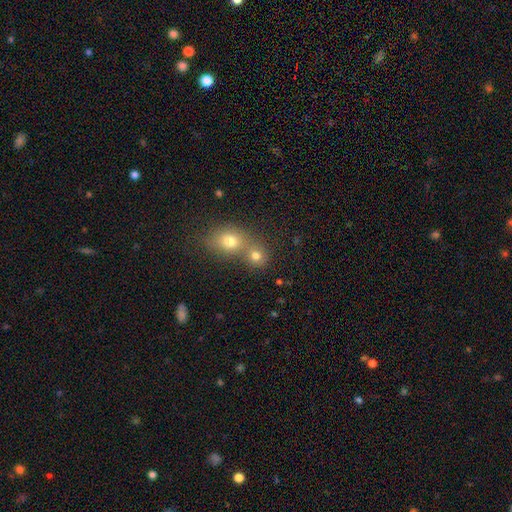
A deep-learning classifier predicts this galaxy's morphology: smooth 75%, star or artifact 15%, featured or disk 10%. Down the decision tree: how rounded — round (76%); merging — merger (53%).